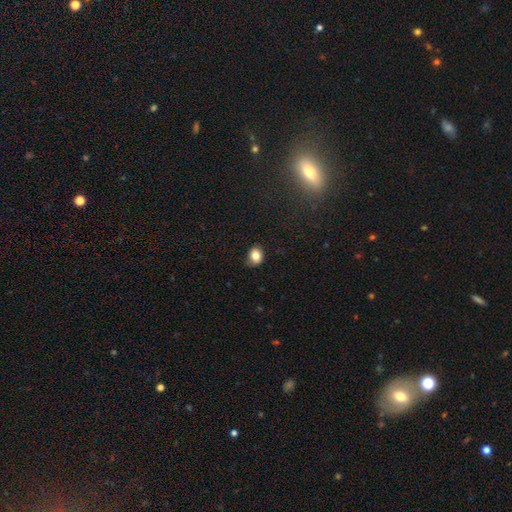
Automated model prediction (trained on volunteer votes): smooth 82%, star or artifact 10%, featured or disk 8%. Down the decision tree: how rounded — round (53%); merging — none (80%).